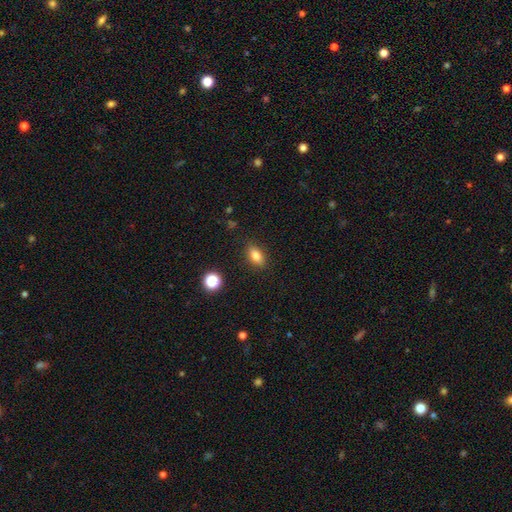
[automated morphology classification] Smooth or featured?
  - smooth: 81% *
  - star or artifact: 10%
  - featured or disk: 9%
How rounded?
  - in between: 82% *
  - round: 11%
  - cigar-shaped: 7%
Merging?
  - none: 87% *
  - minor disturbance: 9%
  - major disturbance: 3%
  - merger: 1%